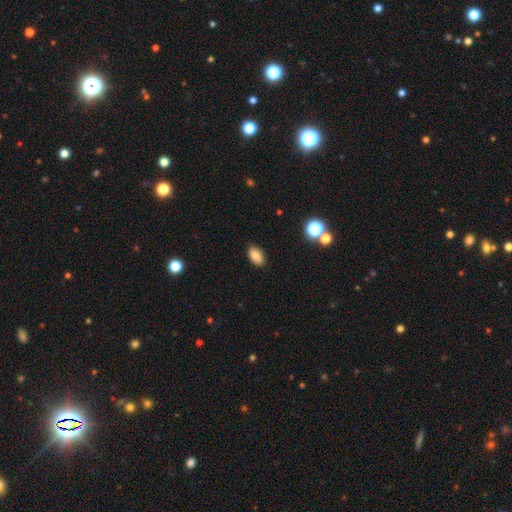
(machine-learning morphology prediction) Smooth or featured?
  - smooth: 86% *
  - star or artifact: 10%
  - featured or disk: 4%
How rounded?
  - in between: 91% *
  - round: 7%
  - cigar-shaped: 2%
Merging?
  - none: 88% *
  - minor disturbance: 8%
  - major disturbance: 2%
  - merger: 1%